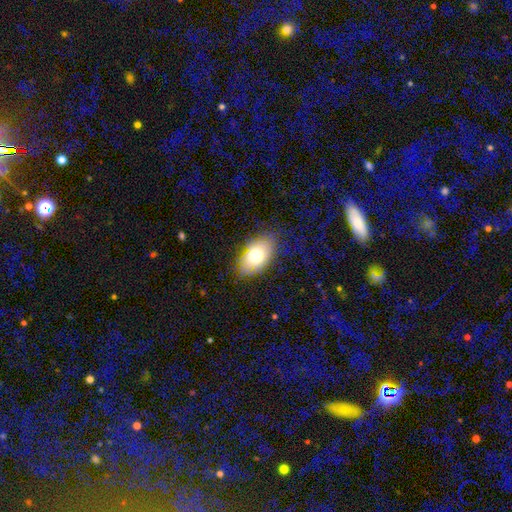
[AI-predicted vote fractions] Smooth or featured? smooth (72%)
How rounded? in between (89%)
Merging? none (75%)